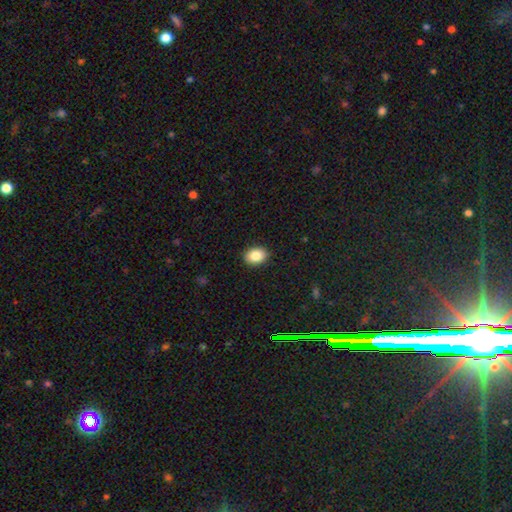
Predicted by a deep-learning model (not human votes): This appears to be a smooth galaxy with no disk features (85%) that is in between round and cigar-shaped (71%). Merging: none (90%).